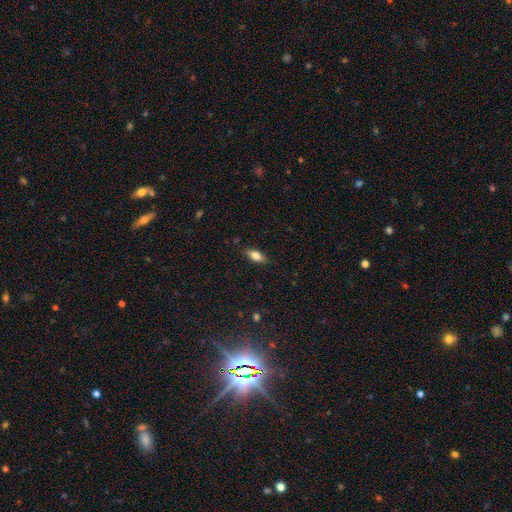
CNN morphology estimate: Overall: smooth (77%). How rounded: in between (77%). Merging: none (84%).